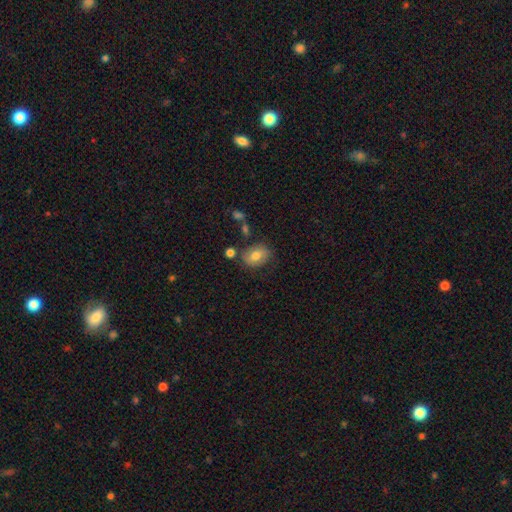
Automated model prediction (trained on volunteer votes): smooth_or_featured: smooth (p=0.72) [alt: featured or disk p=0.20]
how_rounded: in between (p=0.63) [alt: round p=0.36]
merging: none (p=0.71) [alt: minor disturbance p=0.18]